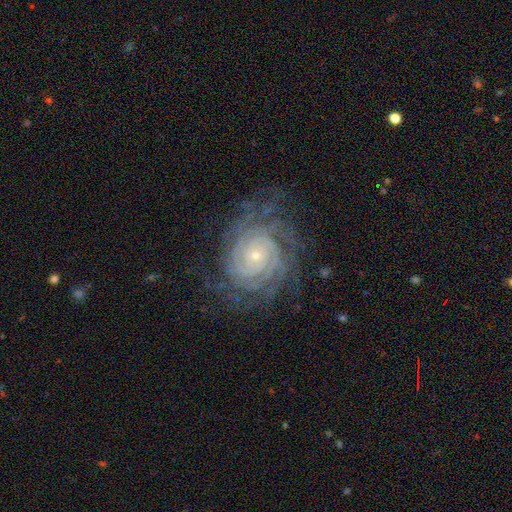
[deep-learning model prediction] This appears to be a featured or disk galaxy (89%) with no bar (77%), tight (84%) spiral arms (98%) and a small central bulge (82%). Merging: none (74%).